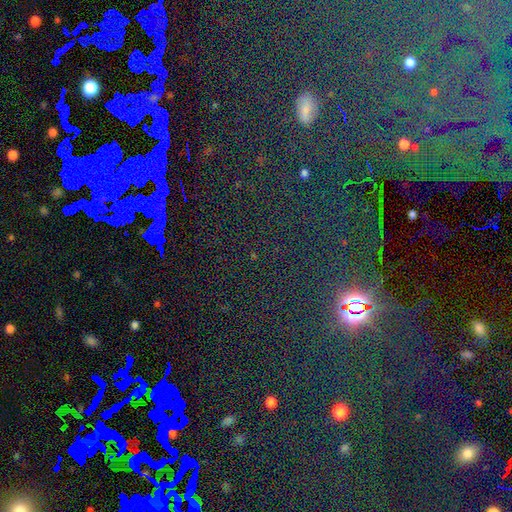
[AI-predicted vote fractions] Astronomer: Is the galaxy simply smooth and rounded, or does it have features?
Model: star or artifact — 80%.